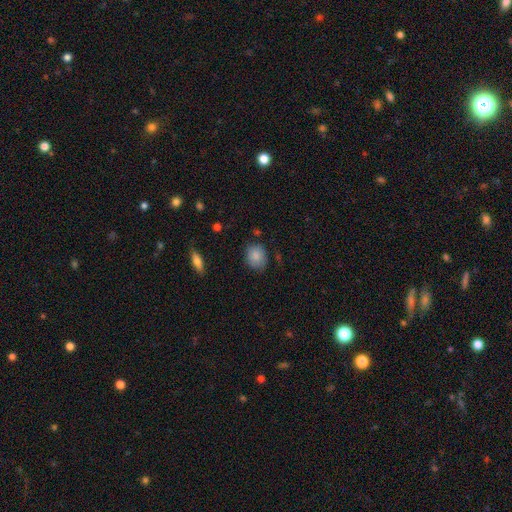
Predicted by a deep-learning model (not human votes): Morphology: type=smooth (85%); roundness=round (56%); merging=none (76%).